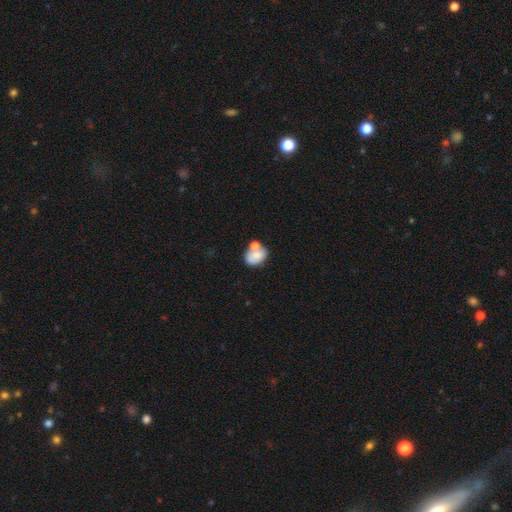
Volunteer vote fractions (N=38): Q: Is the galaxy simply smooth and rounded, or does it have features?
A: smooth — 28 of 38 (74%).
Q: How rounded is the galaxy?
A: in between — 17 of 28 (61%).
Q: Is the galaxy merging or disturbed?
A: none — 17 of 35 (49%).